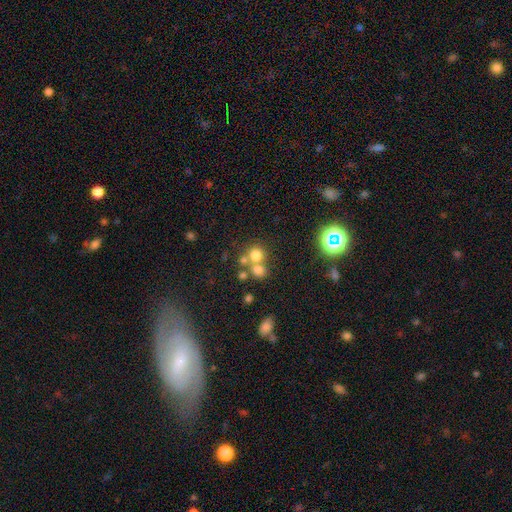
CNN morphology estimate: type=smooth (70%); roundness=round (86%); merging=none (50%).